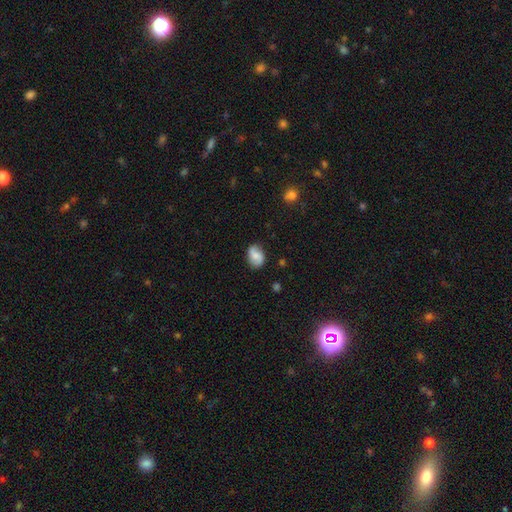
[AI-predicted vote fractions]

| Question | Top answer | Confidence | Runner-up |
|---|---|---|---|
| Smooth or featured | smooth | 58% | featured or disk (33%) |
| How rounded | in between | 75% | round (24%) |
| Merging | none | 71% | minor disturbance (22%) |